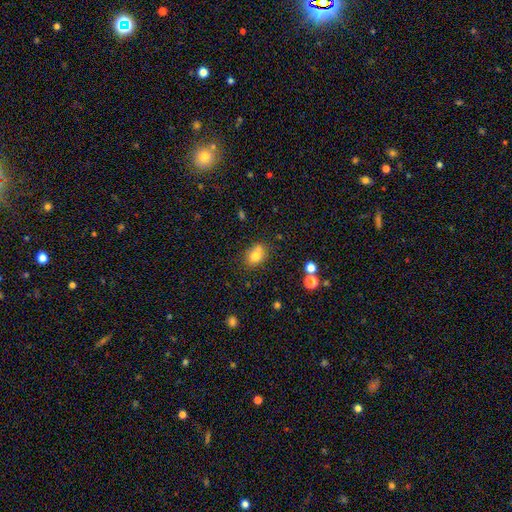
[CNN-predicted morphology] Overall: smooth (75%). How rounded: round (52%; in between 47%). Merging: none (56%; merger 23%).